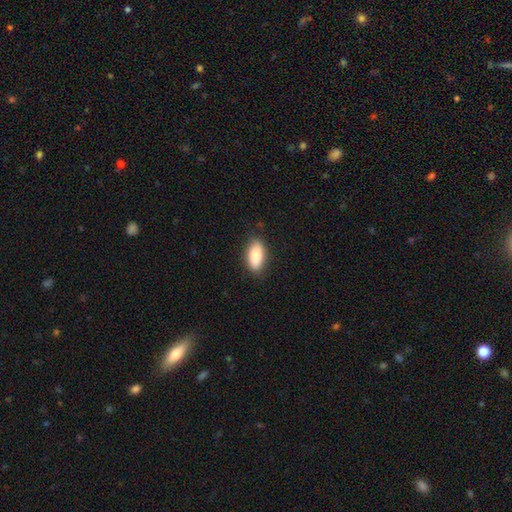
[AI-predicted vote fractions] Smooth or featured?
  - smooth: 87% *
  - featured or disk: 6%
  - star or artifact: 6%
How rounded?
  - in between: 90% *
  - cigar-shaped: 7%
  - round: 3%
Merging?
  - none: 84% *
  - minor disturbance: 13%
  - major disturbance: 3%
  - merger: 1%